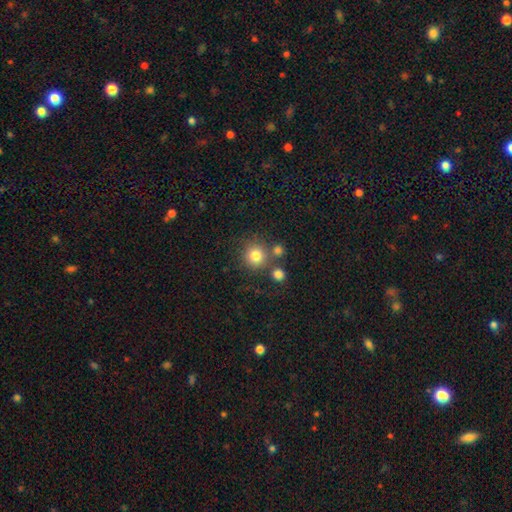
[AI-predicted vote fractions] A smooth galaxy with no disk features (79%) that is round (93%). Merging: none (72%).